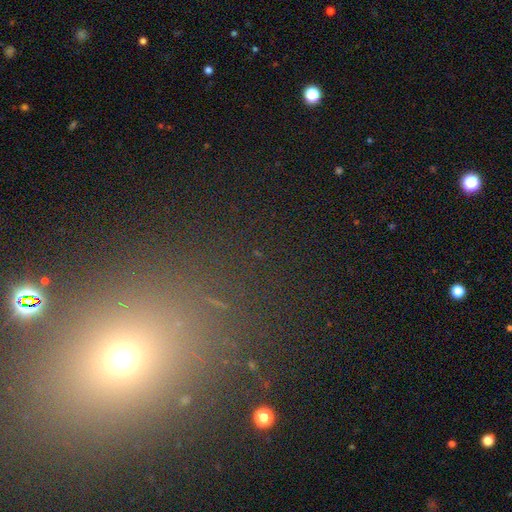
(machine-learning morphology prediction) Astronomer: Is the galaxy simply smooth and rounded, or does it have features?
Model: star or artifact — 46% (runner-up: smooth, 43%).